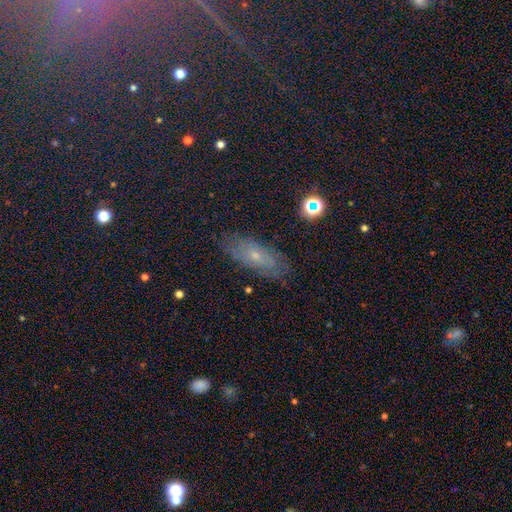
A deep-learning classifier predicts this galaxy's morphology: Smooth or featured: featured or disk — 38% (smooth — 36%)
Merging: none — 79% (minor disturbance — 15%)